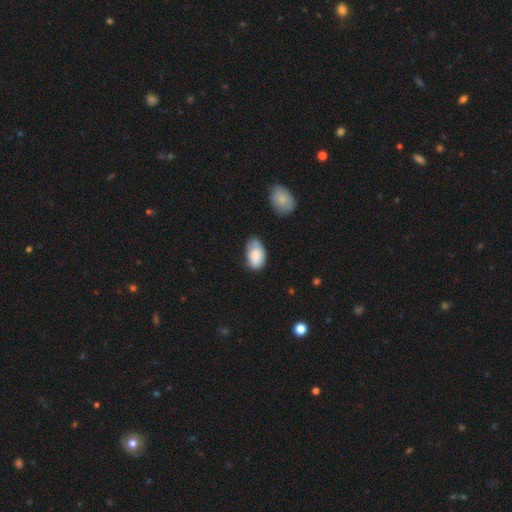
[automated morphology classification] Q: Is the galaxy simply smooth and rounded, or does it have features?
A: smooth — 76%.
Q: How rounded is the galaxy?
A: in between — 91%.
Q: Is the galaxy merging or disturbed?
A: none — 55%.